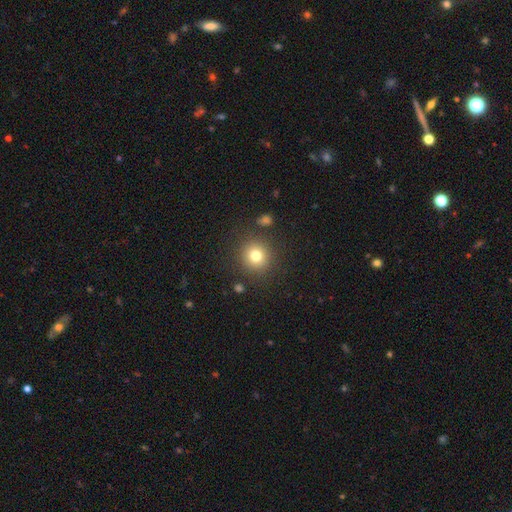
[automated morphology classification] Smooth or featured? Predicted: smooth (p=0.78). How rounded? Predicted: round (p=0.92). Merging? Predicted: none (p=0.87).